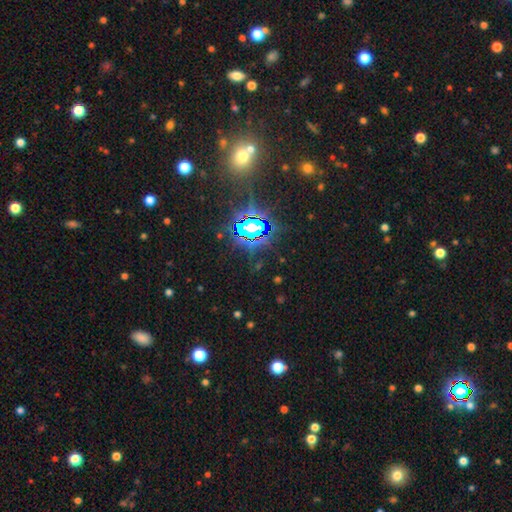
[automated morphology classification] smooth_or_featured: star or artifact (p=0.81) [alt: smooth p=0.11]